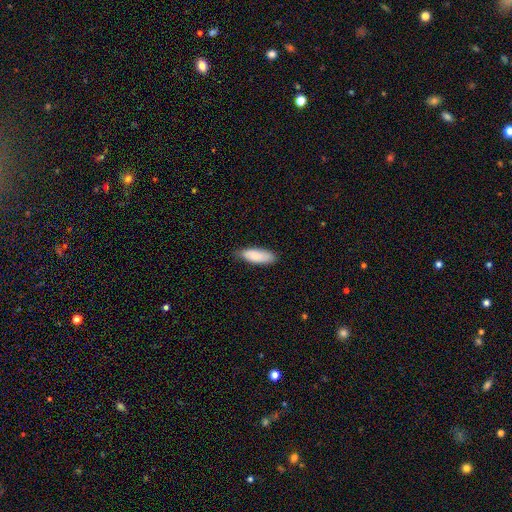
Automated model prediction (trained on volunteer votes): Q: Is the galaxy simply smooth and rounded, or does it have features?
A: smooth — 84%.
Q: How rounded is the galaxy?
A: in between — 69%.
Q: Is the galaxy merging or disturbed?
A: none — 75%.